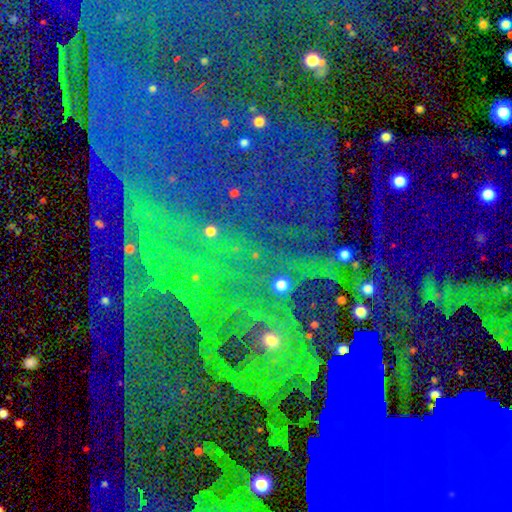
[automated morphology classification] smooth-or-featured: star or artifact: 73% | smooth: 17% | featured or disk: 10%